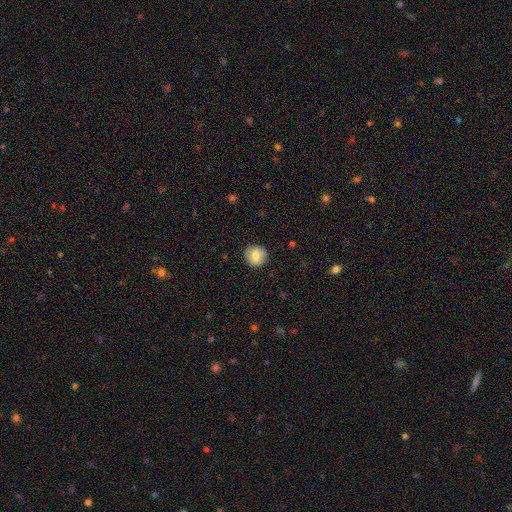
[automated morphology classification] Smooth or featured? Predicted: smooth (p=0.74). How rounded? Predicted: round (p=0.92). Merging? Predicted: none (p=0.90).